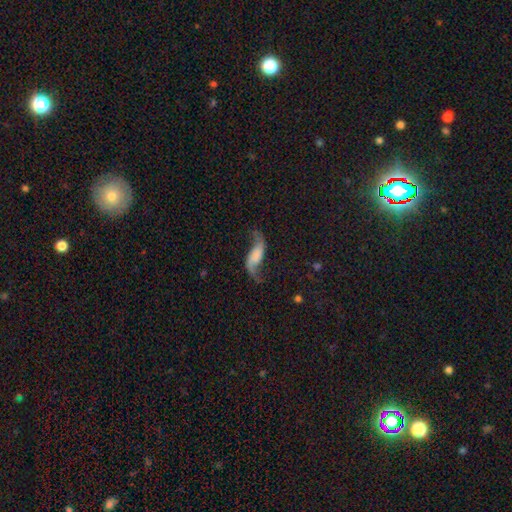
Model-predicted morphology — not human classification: Smooth or featured? featured or disk (75%)
Edge-on disk? no (93%)
Bar? no (51%)
Spiral arms? yes (94%)
Spiral winding? loose (91%)
Spiral arm count? 2 (92%)
Bulge size? none (49%)
Merging? none (66%)